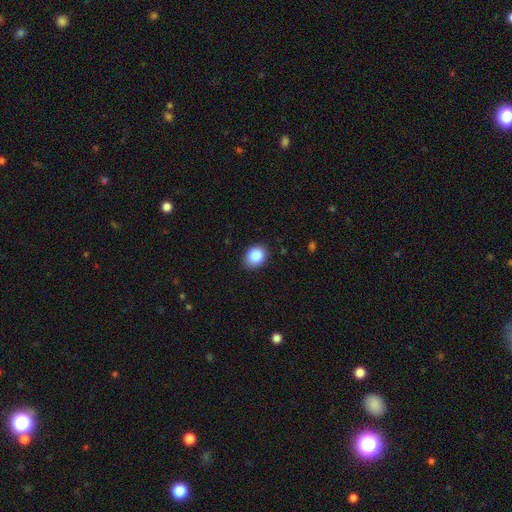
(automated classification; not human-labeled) Smooth or featured? smooth (87%)
How rounded? in between (57%)
Merging? none (86%)